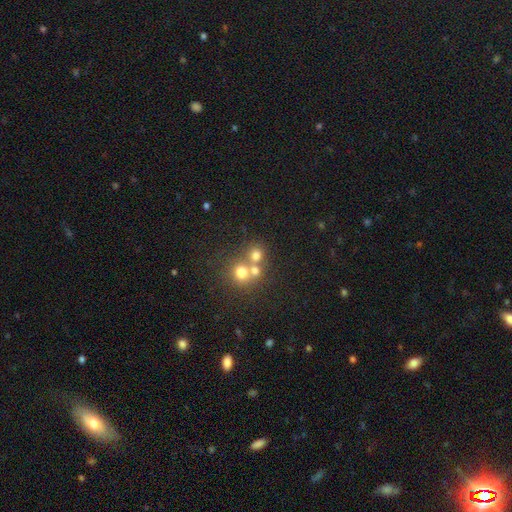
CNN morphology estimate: smooth-or-featured: smooth: 68% | star or artifact: 17% | featured or disk: 15%
  how-rounded: round: 84% | in between: 15% | cigar-shaped: 1%
  merging: merger: 47% | none: 43% | minor disturbance: 6% | major disturbance: 4%